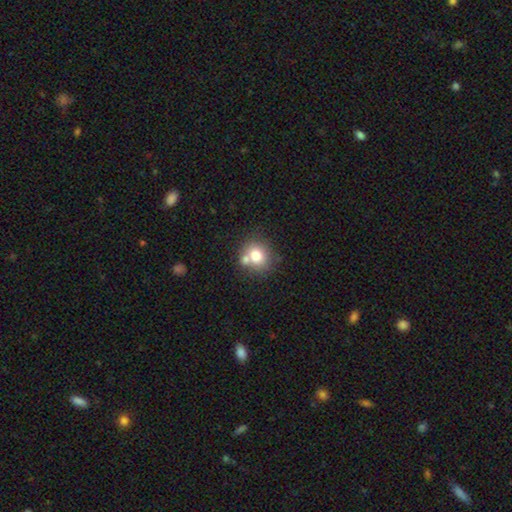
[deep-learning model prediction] Smooth or featured: smooth — 75% (featured or disk — 14%)
How rounded: round — 76% (in between — 23%)
Merging: none — 57% (merger — 27%)